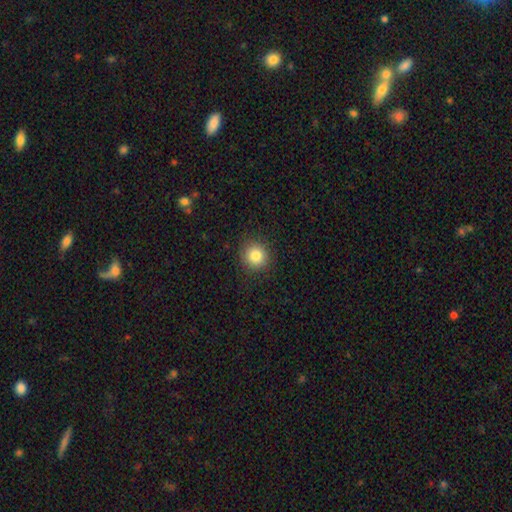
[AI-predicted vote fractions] Smooth or featured?
  - smooth: 83% *
  - star or artifact: 11%
  - featured or disk: 6%
How rounded?
  - round: 92% *
  - in between: 7%
  - cigar-shaped: 1%
Merging?
  - none: 90% *
  - minor disturbance: 7%
  - major disturbance: 2%
  - merger: 1%